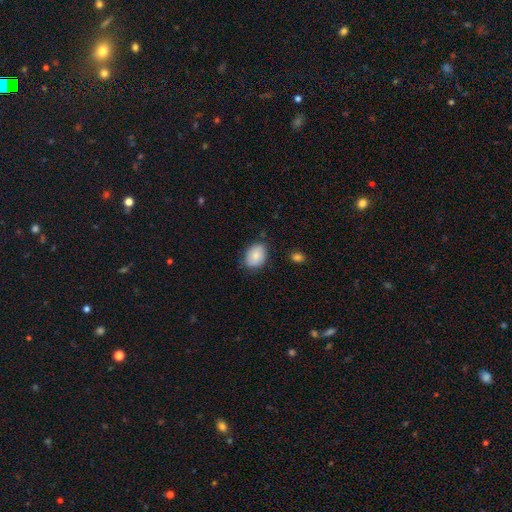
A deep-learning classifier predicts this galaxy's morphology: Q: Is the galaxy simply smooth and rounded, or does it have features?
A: smooth — 84%.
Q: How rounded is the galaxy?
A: in between — 73%.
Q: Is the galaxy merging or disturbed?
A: none — 76%.